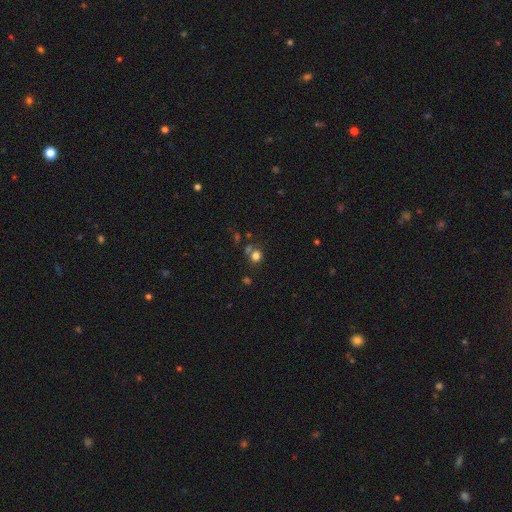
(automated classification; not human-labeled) A smooth galaxy with no disk features (75%) that is round (81%).

Vote fractions:
- Smooth or featured? smooth: 75% / star or artifact: 18% / featured or disk: 8%
- How rounded? round: 81% / in between: 18% / cigar-shaped: 1%
- Merging? none: 66% / merger: 17% / minor disturbance: 12% / major disturbance: 6%